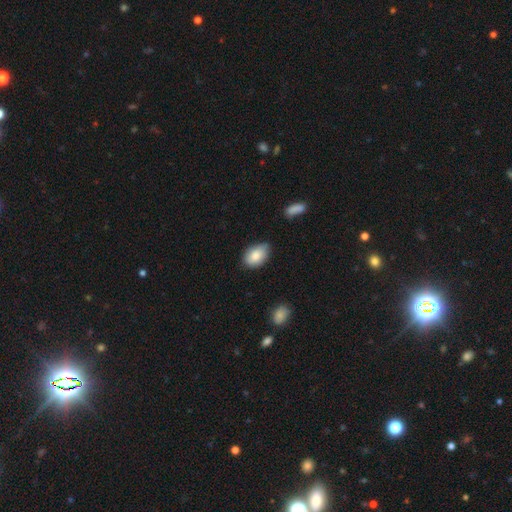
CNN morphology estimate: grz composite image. It shows a smooth galaxy with no disk features (85%) that is in between round and cigar-shaped (87%). Merging: none (70%).